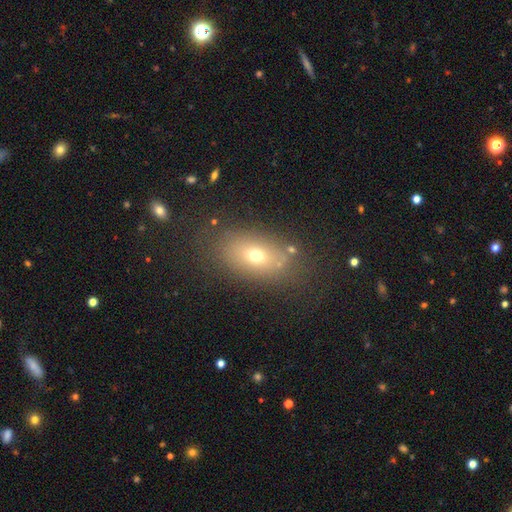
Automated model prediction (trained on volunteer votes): The model was most divided on "smooth or featured": smooth: 66%, featured or disk: 18%, star or artifact: 16%. More confident: how rounded — in between (78%); merging — none (75%).